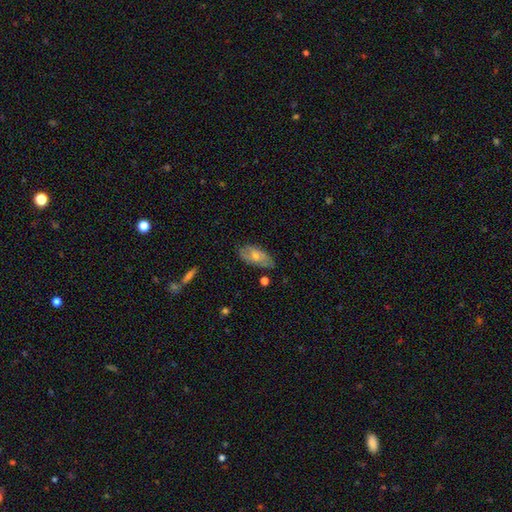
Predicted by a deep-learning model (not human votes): Q: Smooth or featured?
A: smooth (47%); runner-up: featured or disk (45%)
Q: Merging?
A: none (72%); runner-up: minor disturbance (22%)